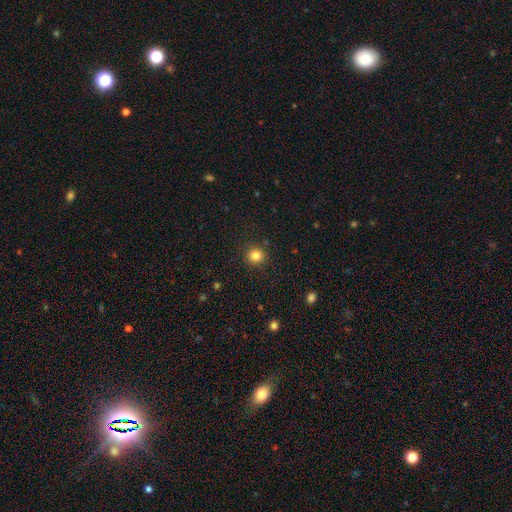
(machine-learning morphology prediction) Smooth or featured?
  - smooth: 82% *
  - star or artifact: 12%
  - featured or disk: 5%
How rounded?
  - round: 92% *
  - in between: 7%
  - cigar-shaped: 1%
Merging?
  - none: 91% *
  - minor disturbance: 6%
  - major disturbance: 2%
  - merger: 1%